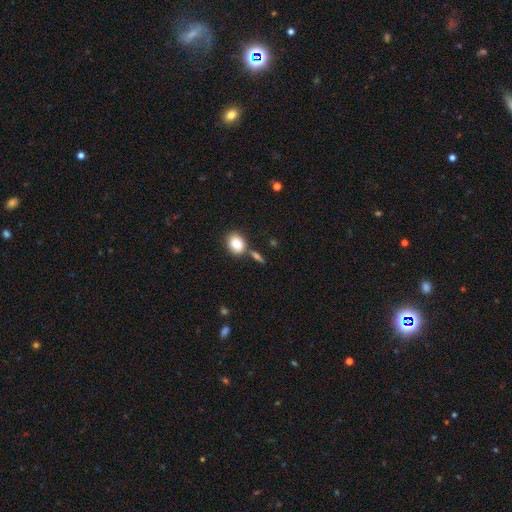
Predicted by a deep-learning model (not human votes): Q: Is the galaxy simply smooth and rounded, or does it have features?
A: smooth — 77%.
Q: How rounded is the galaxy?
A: round — 50%.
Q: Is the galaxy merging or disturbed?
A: none — 74%.